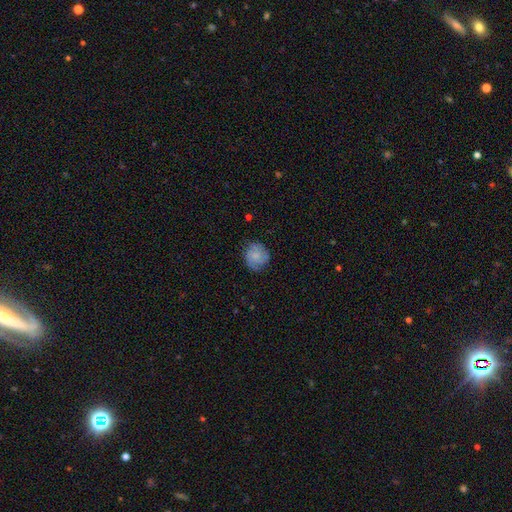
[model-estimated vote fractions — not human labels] smooth 58%, featured or disk 34%, star or artifact 8%. Down the decision tree: how rounded — round (83%); merging — none (73%).